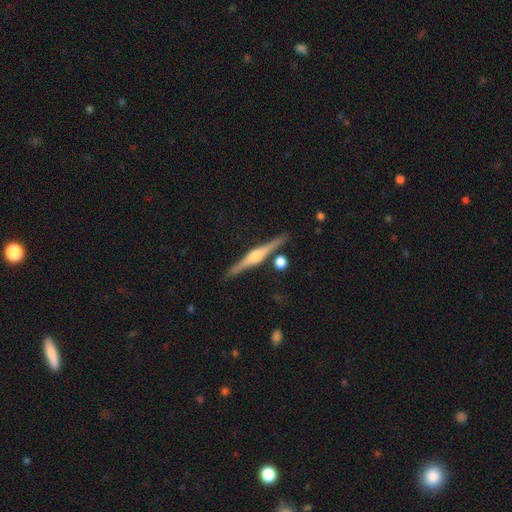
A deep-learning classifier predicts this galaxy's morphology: This appears to be a featured or disk galaxy (80%) viewed edge-on (98%) with a rounded central bulge (88%). Merging: none (87%).